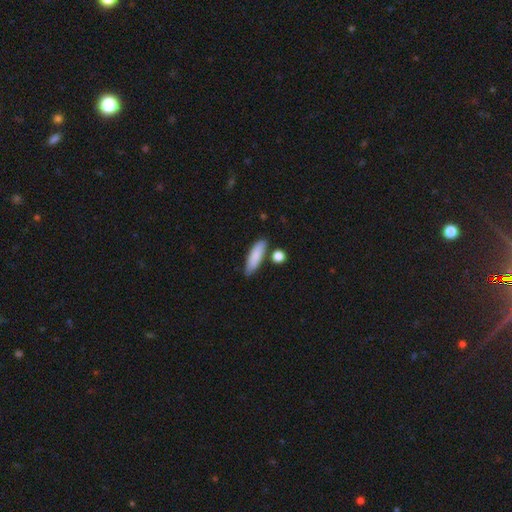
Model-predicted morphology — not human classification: Smooth or featured: smooth — 84% (featured or disk — 10%)
How rounded: cigar-shaped — 56% (in between — 42%)
Merging: none — 77% (minor disturbance — 13%)